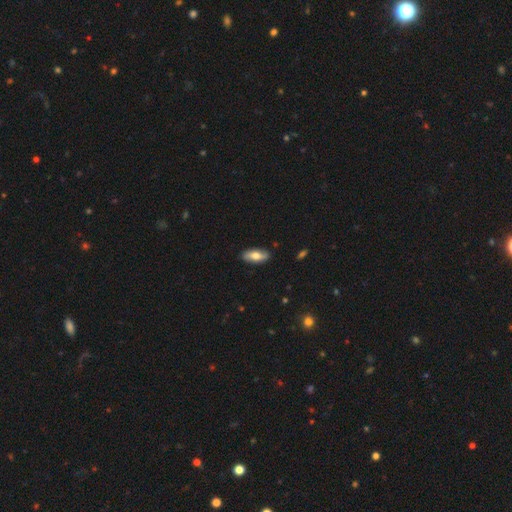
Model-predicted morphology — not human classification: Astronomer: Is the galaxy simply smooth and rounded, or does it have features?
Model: smooth — 66%.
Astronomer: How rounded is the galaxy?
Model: in between — 79%.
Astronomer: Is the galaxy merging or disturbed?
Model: none — 88%.